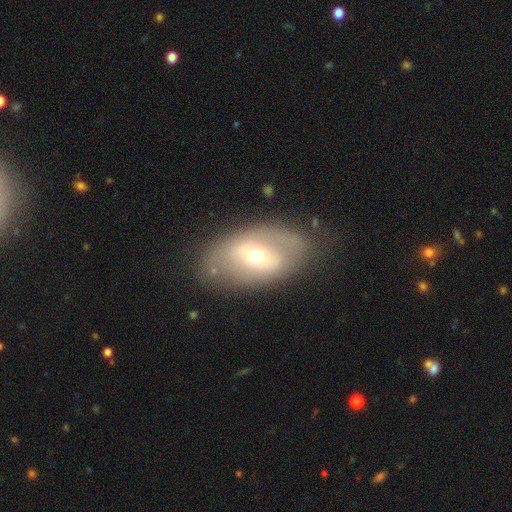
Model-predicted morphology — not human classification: The model was most divided on "smooth or featured": featured or disk: 55%, smooth: 37%, star or artifact: 8%. More confident: edge-on disk — no (89%); merging — none (74%).